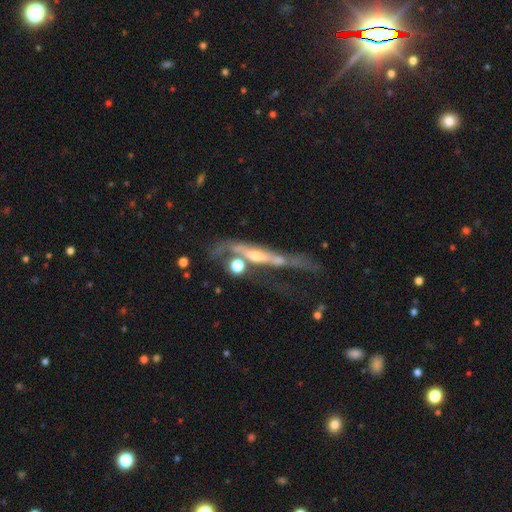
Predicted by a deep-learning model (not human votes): Smooth or featured? featured or disk (72%)
Edge-on disk? yes (64%)
Merging? major disturbance (31%)